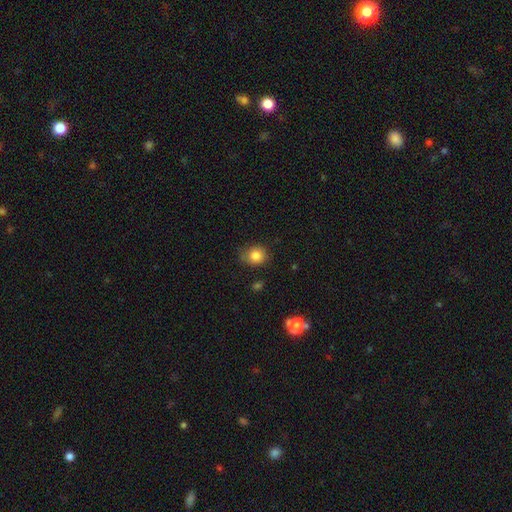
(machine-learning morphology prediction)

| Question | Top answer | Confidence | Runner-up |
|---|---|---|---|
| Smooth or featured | smooth | 83% | star or artifact (10%) |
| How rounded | round | 75% | in between (24%) |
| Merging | none | 70% | minor disturbance (23%) |